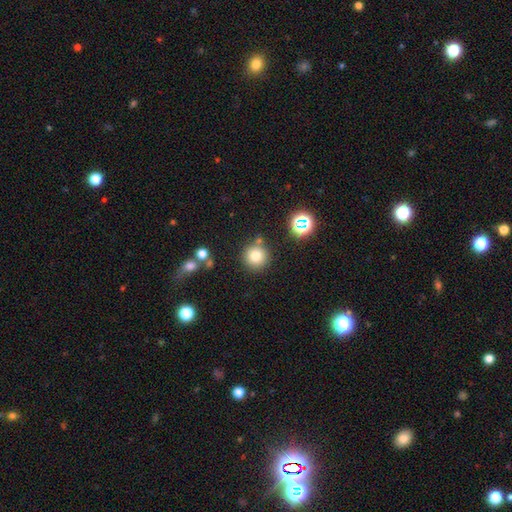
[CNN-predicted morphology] Overall: smooth (77%). How rounded: round (95%). Merging: none (80%).